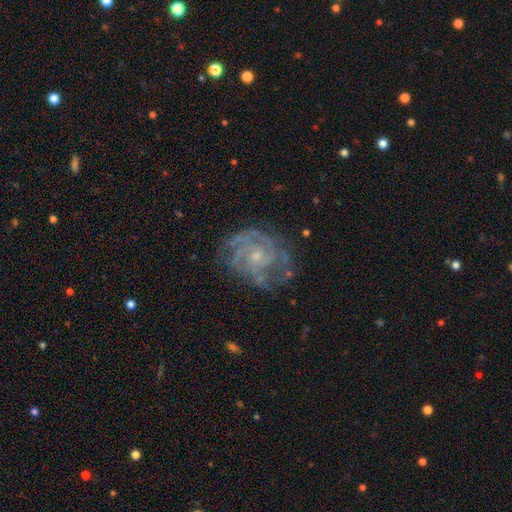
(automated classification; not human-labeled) featured or disk 88%, star or artifact 6%, smooth 6%. Down the decision tree: edge-on disk — no (98%); bar — no (68%); spiral arms — yes (96%); spiral arm count — 2 (30%); spiral winding — tight (61%); bulge size — small (68%); merging — none (70%).